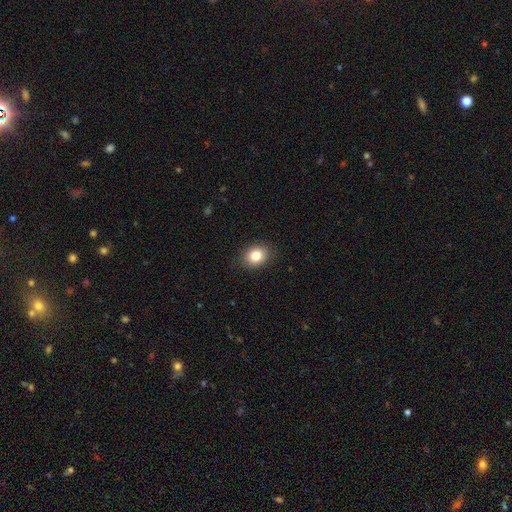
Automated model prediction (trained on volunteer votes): Smooth or featured? smooth (83%)
How rounded? in between (54%)
Merging? none (87%)